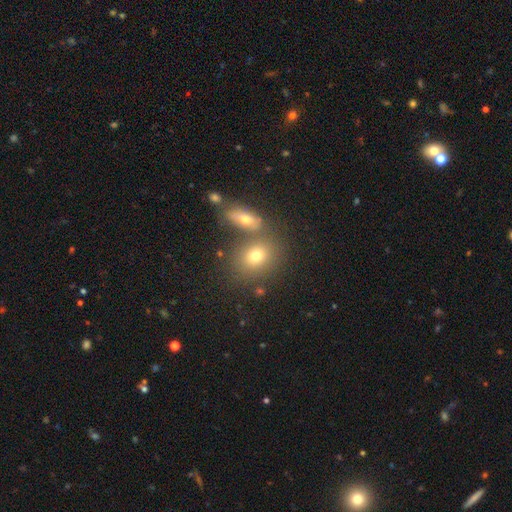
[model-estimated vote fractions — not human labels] The model was most divided on "how rounded" (2-way tie): in between: 49%, round: 49%, cigar-shaped: 2%. More confident: smooth or featured — smooth (72%); merging — none (60%).